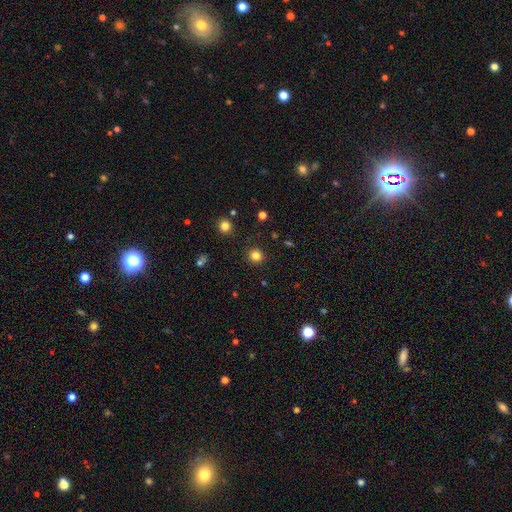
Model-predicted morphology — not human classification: Smooth or featured?
  - smooth: 82% *
  - star or artifact: 13%
  - featured or disk: 4%
How rounded?
  - round: 93% *
  - in between: 7%
  - cigar-shaped: 1%
Merging?
  - none: 91% *
  - minor disturbance: 5%
  - major disturbance: 2%
  - merger: 1%